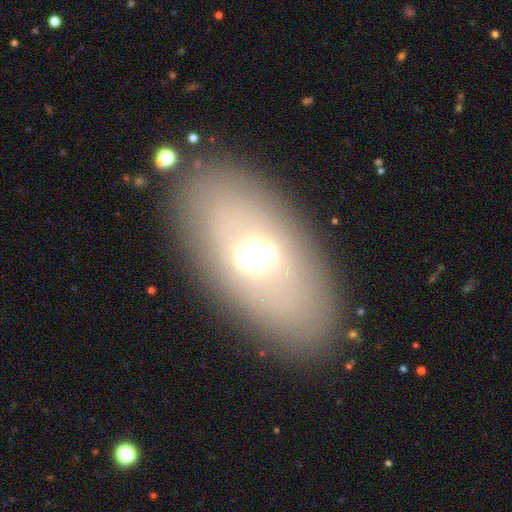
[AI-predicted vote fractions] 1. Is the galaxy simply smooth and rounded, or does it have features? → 44% smooth, 42% featured or disk, 14% star or artifact.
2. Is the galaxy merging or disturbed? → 81% none, 10% minor disturbance, 7% major disturbance, 2% merger.